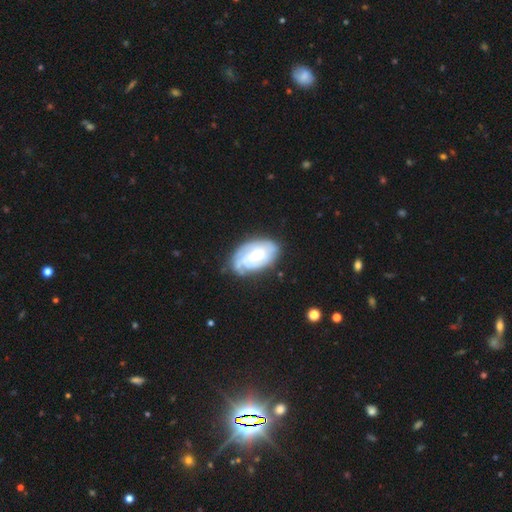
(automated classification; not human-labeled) A featured or disk galaxy (67%) with no bar (67%), tight (64%) spiral arms (87%) and a moderate central bulge (49%). Merging: none (64%).